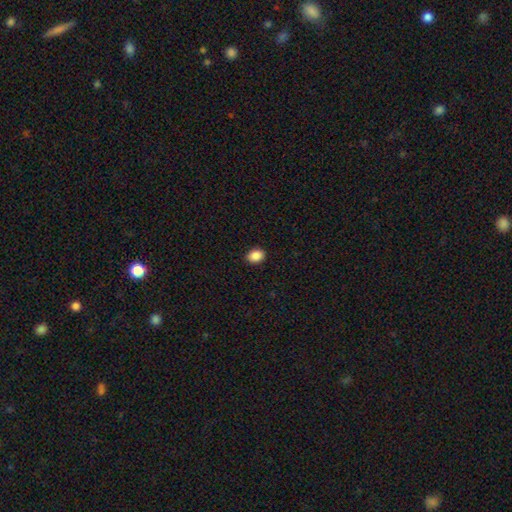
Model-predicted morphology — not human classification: Smooth or featured? Predicted: smooth (p=0.89). How rounded? Predicted: in between (p=0.67). Merging? Predicted: none (p=0.91).